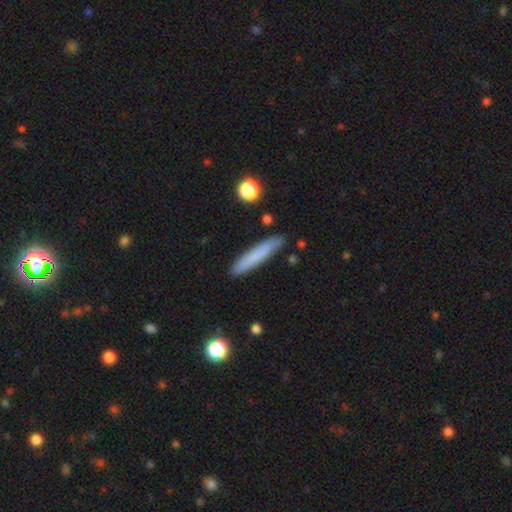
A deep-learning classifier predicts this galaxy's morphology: smooth_or_featured: smooth (p=0.75) [alt: featured or disk p=0.18]
how_rounded: cigar-shaped (p=0.93) [alt: in between p=0.05]
merging: none (p=0.88) [alt: minor disturbance p=0.09]